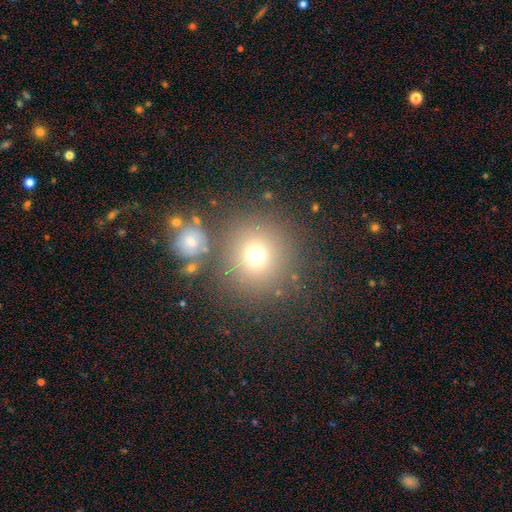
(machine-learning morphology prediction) Smooth or featured? Predicted: smooth (p=0.71). How rounded? Predicted: round (p=0.92). Merging? Predicted: none (p=0.75).